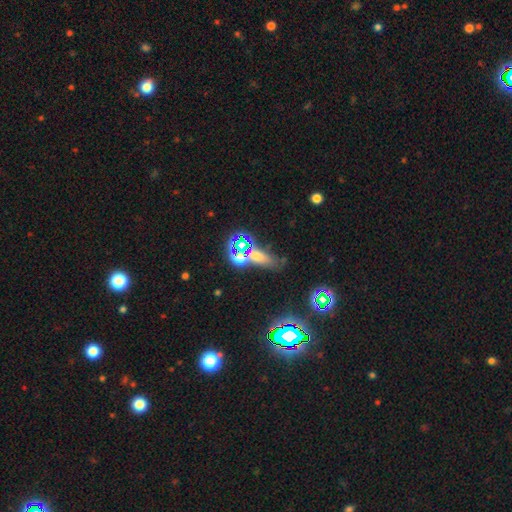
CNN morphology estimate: Overall: smooth (47%; star or artifact 40%). Merging: none (53%; merger 23%).